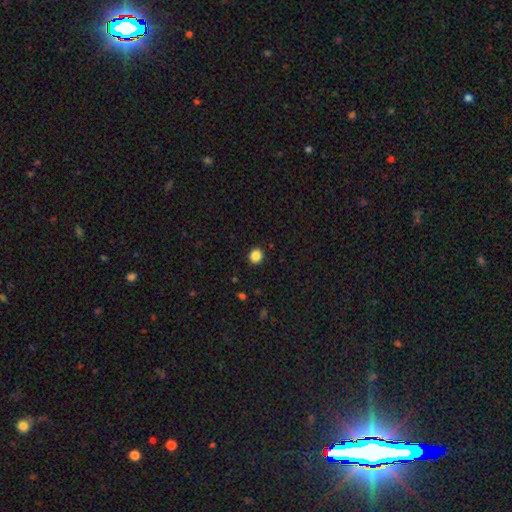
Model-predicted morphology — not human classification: smooth_or_featured: smooth (p=0.87) [alt: star or artifact p=0.10]
how_rounded: round (p=0.83) [alt: in between p=0.16]
merging: none (p=0.92) [alt: minor disturbance p=0.05]